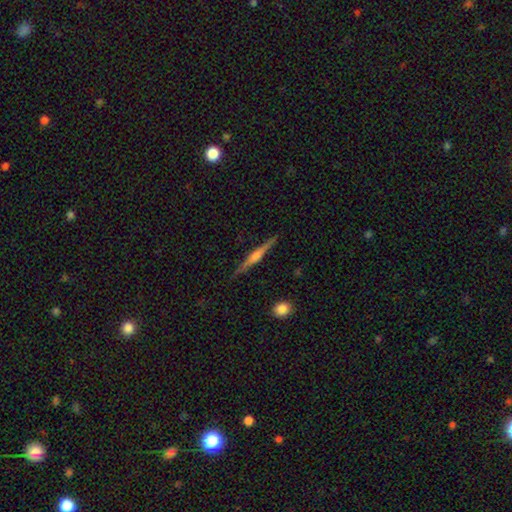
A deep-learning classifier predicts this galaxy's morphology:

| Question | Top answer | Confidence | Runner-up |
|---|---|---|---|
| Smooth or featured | featured or disk | 74% | smooth (19%) |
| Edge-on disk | yes | 98% | no (2%) |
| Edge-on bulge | rounded | 75% | boxy (17%) |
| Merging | none | 90% | minor disturbance (7%) |